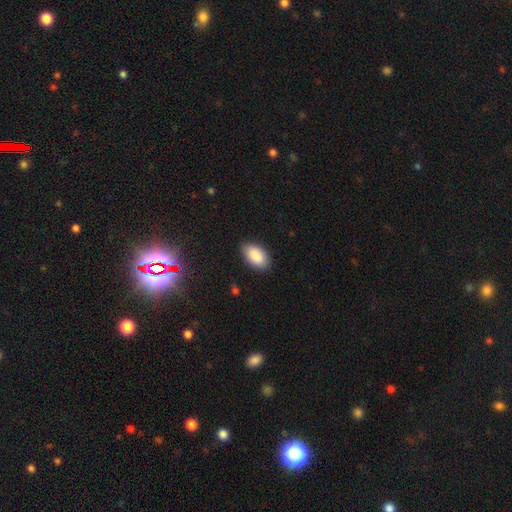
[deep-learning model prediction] Smooth or featured: smooth — 89% (star or artifact — 7%)
How rounded: in between — 94% (round — 4%)
Merging: none — 84% (minor disturbance — 13%)